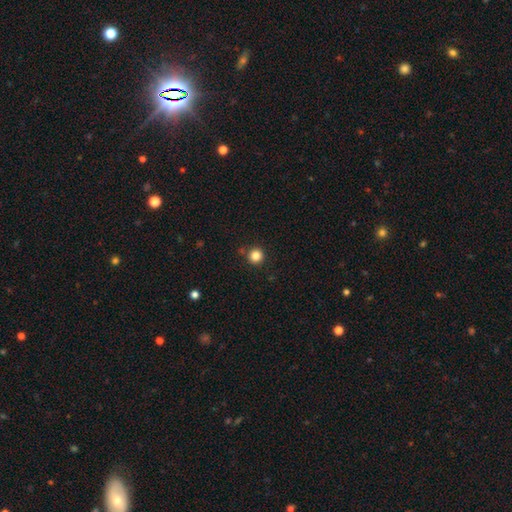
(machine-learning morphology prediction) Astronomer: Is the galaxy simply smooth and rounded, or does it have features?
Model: smooth — 84%.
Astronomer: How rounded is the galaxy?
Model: round — 95%.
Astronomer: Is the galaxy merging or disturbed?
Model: none — 87%.